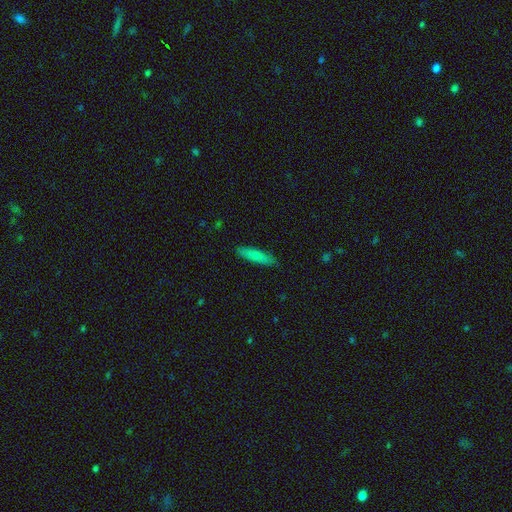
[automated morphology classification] Overall: smooth (77%). How rounded: cigar-shaped (77%). Merging: none (88%).